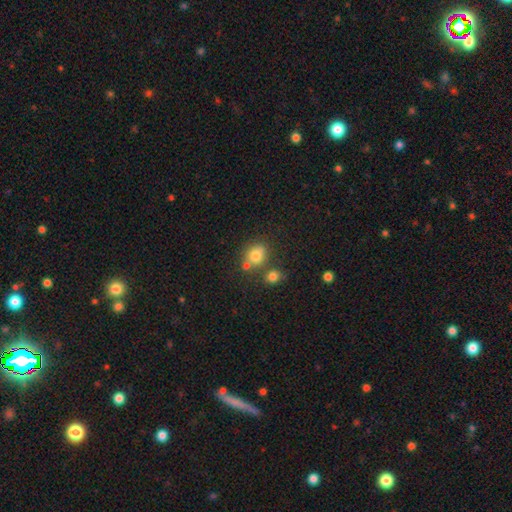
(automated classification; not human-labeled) Overall: smooth (77%). How rounded: round (65%; in between 34%). Merging: none (58%; merger 23%).